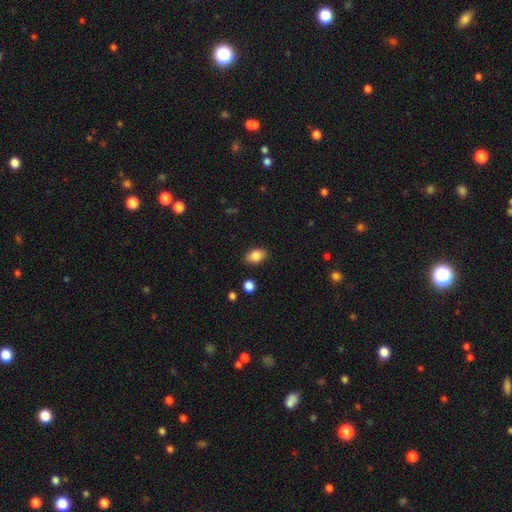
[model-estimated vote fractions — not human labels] A smooth galaxy with no disk features (84%) that is in between round and cigar-shaped (84%). Merging: none (87%).